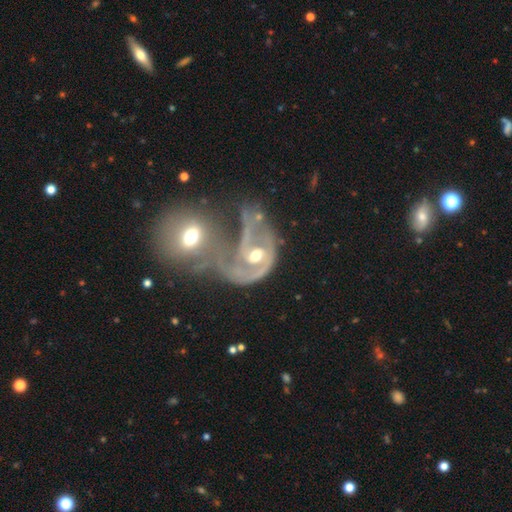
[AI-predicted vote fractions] smooth_or_featured: featured or disk (p=0.82) [alt: smooth p=0.11]
disk_edge_on: no (p=0.97) [alt: yes p=0.03]
bar: no (p=0.55) [alt: weak p=0.34]
has_spiral_arms: yes (p=0.86) [alt: no p=0.14]
spiral_winding: medium (p=0.41) [alt: tight p=0.34]
spiral_arm_count: 2 (p=0.53) [alt: 1 p=0.19]
bulge_size: moderate (p=0.72) [alt: small p=0.14]
merging: merger (p=0.69) [alt: major disturbance p=0.15]